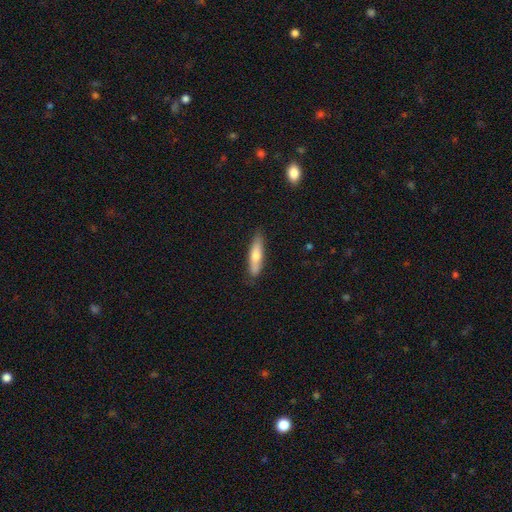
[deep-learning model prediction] Smooth or featured?
  - smooth: 63% *
  - featured or disk: 30%
  - star or artifact: 6%
How rounded?
  - cigar-shaped: 78% *
  - in between: 20%
  - round: 2%
Merging?
  - none: 83% *
  - minor disturbance: 14%
  - major disturbance: 2%
  - merger: 1%